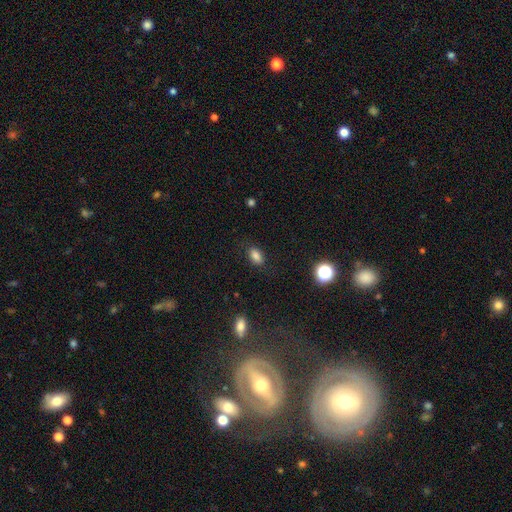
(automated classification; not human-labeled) Smooth or featured? smooth (82%)
How rounded? in between (86%)
Merging? none (83%)